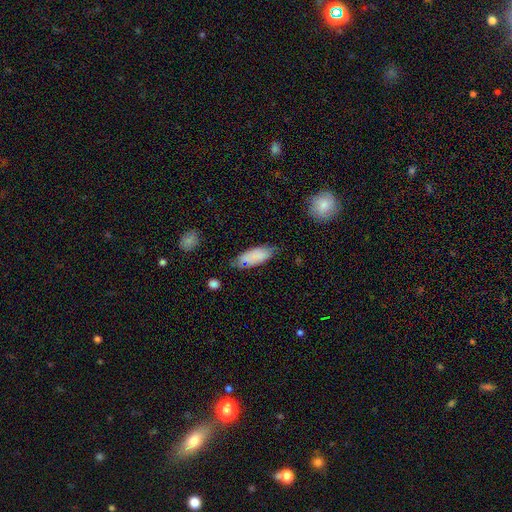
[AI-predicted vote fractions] Smooth or featured?
  - smooth: 82% *
  - featured or disk: 10%
  - star or artifact: 7%
How rounded?
  - in between: 77% *
  - cigar-shaped: 21%
  - round: 2%
Merging?
  - none: 66% *
  - minor disturbance: 25%
  - major disturbance: 5%
  - merger: 3%